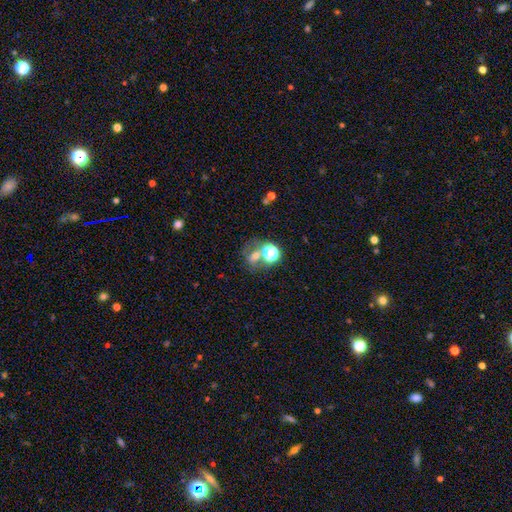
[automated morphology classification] Smooth or featured? Predicted: smooth (p=0.49). Merging? Predicted: none (p=0.43).